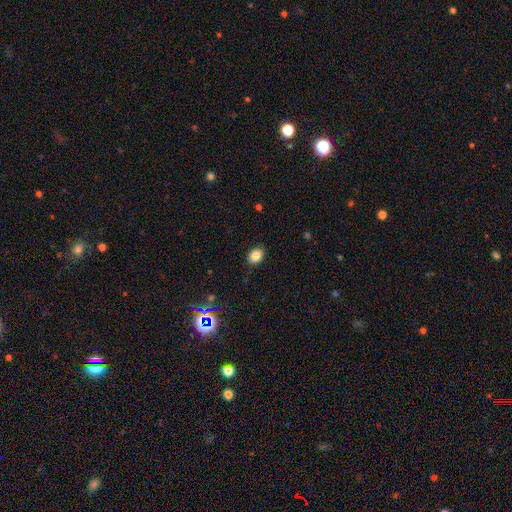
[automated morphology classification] Smooth or featured?
  - smooth: 84% *
  - star or artifact: 11%
  - featured or disk: 5%
How rounded?
  - in between: 59% *
  - round: 40%
  - cigar-shaped: 1%
Merging?
  - none: 86% *
  - minor disturbance: 10%
  - major disturbance: 2%
  - merger: 1%